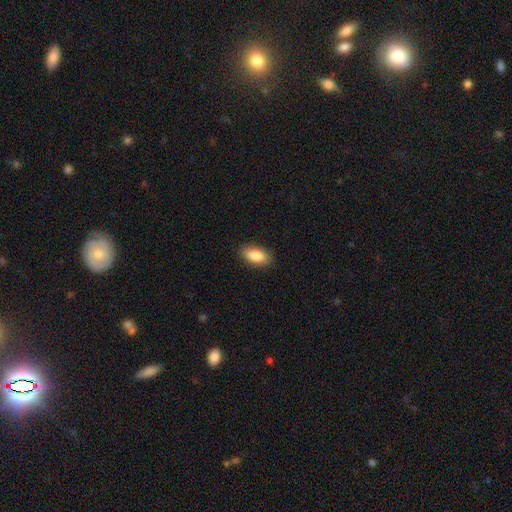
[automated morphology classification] The model was most divided on "smooth or featured": smooth: 86%, featured or disk: 7%, star or artifact: 6%. More confident: how rounded — in between (91%); merging — none (89%).